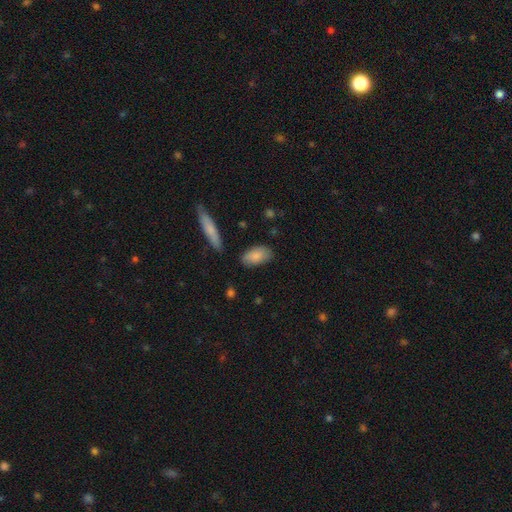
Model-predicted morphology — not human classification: Smooth or featured: smooth — 85% (featured or disk — 10%)
How rounded: in between — 91% (cigar-shaped — 6%)
Merging: none — 77% (minor disturbance — 17%)